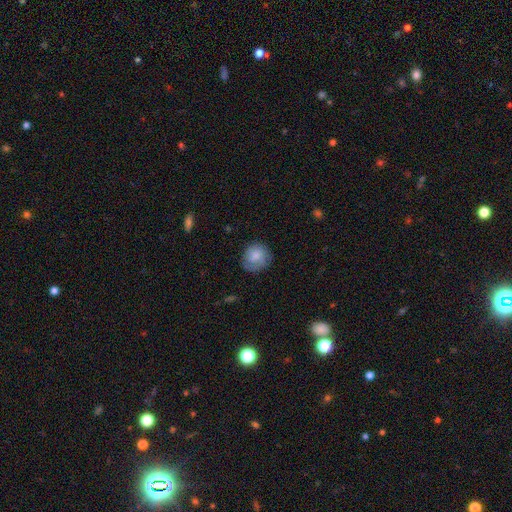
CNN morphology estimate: This is likely a smooth galaxy (78%). How rounded: clearly round (85%). Merging: likely none (76%).